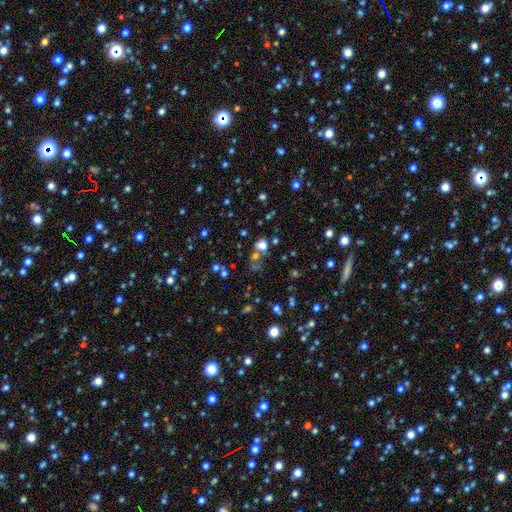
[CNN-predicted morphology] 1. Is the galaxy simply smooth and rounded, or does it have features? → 45% smooth, 44% star or artifact, 11% featured or disk.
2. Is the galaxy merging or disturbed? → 58% none, 25% merger, 10% minor disturbance, 7% major disturbance.